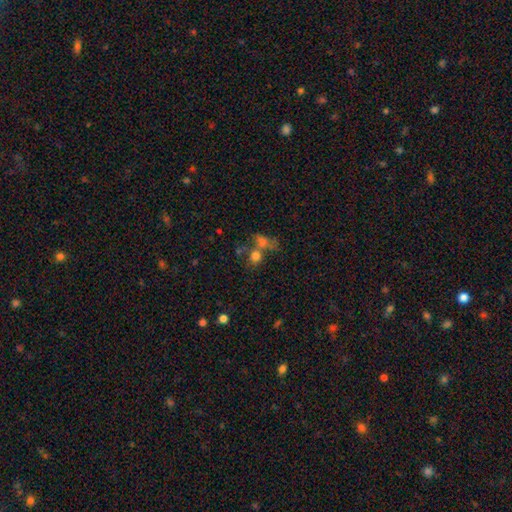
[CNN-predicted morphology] Overall: smooth (73%). How rounded: round (76%). Merging: none (43%; merger 40%).